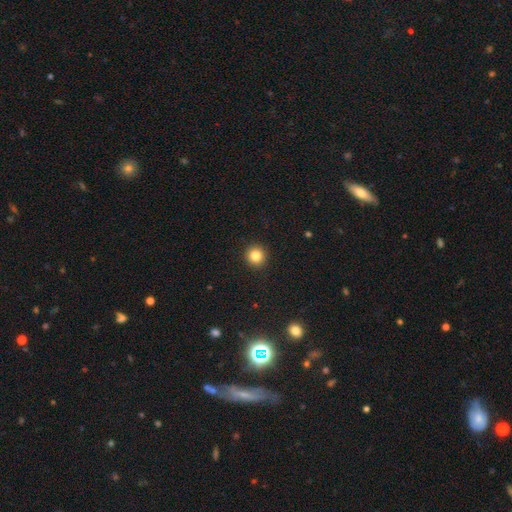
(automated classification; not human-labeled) Smooth or featured? smooth (83%)
How rounded? round (93%)
Merging? none (93%)